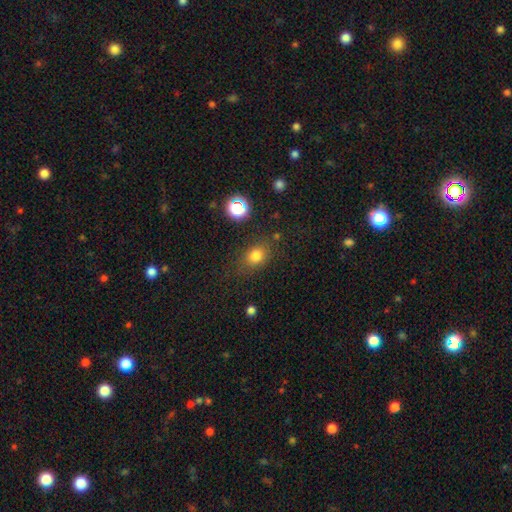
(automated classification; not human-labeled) Overall: smooth (78%). How rounded: in between (55%; round 43%). Merging: none (74%).